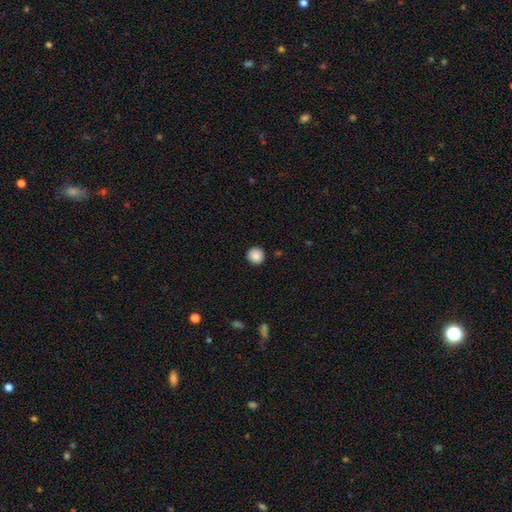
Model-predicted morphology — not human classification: type=smooth (88%); roundness=round (95%); merging=none (92%).